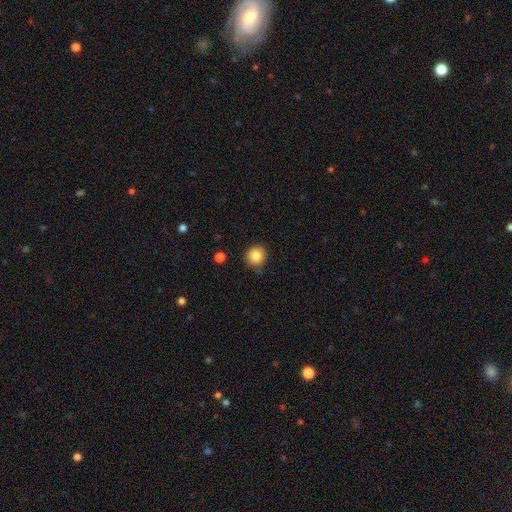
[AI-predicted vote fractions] Smooth or featured? Predicted: smooth (p=0.85). How rounded? Predicted: round (p=0.90). Merging? Predicted: none (p=0.80).